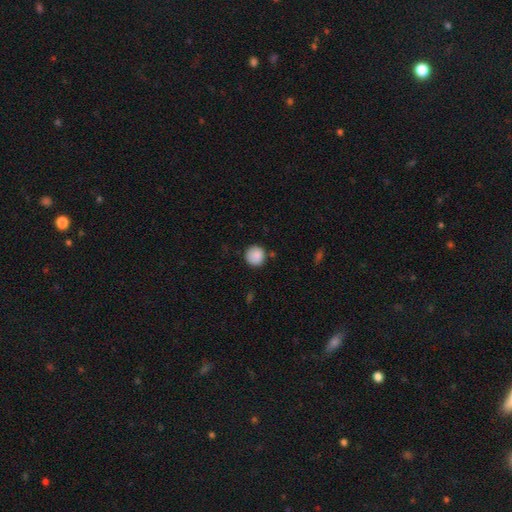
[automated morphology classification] This is clearly a smooth galaxy (89%). How rounded: clearly round (92%). Merging: clearly none (84%).